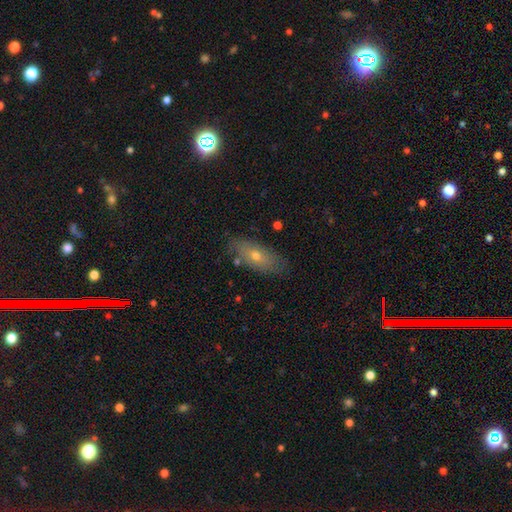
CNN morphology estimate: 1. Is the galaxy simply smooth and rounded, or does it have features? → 56% smooth, 36% featured or disk, 9% star or artifact.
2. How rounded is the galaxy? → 76% in between, 20% cigar-shaped, 4% round.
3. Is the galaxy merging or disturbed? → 80% none, 15% minor disturbance, 3% major disturbance, 3% merger.